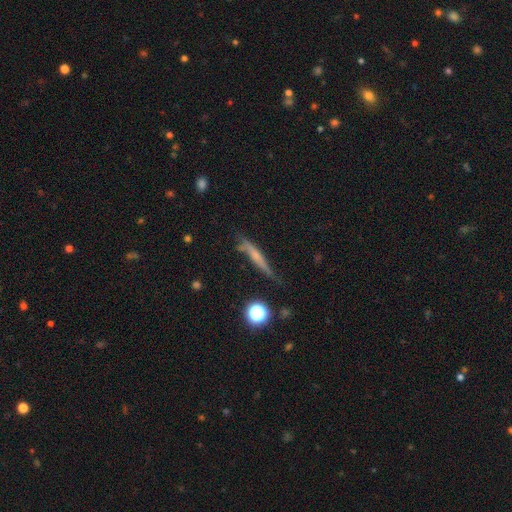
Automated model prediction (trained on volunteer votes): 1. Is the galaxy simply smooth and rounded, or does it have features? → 46% featured or disk, 43% smooth, 11% star or artifact.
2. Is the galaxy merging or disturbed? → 61% none, 26% minor disturbance, 9% major disturbance, 4% merger.